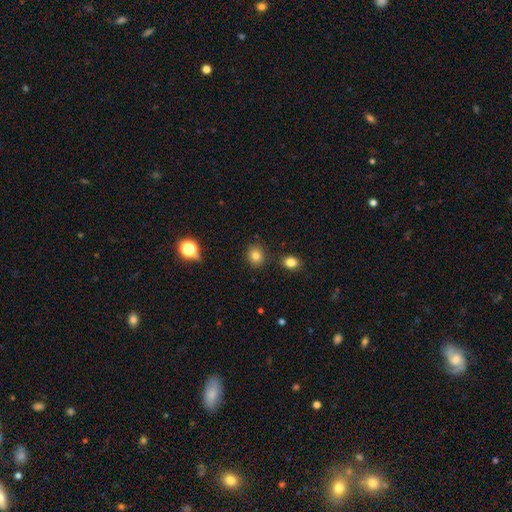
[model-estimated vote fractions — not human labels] Morphology: type=smooth (81%); roundness=round (76%); merging=none (85%).